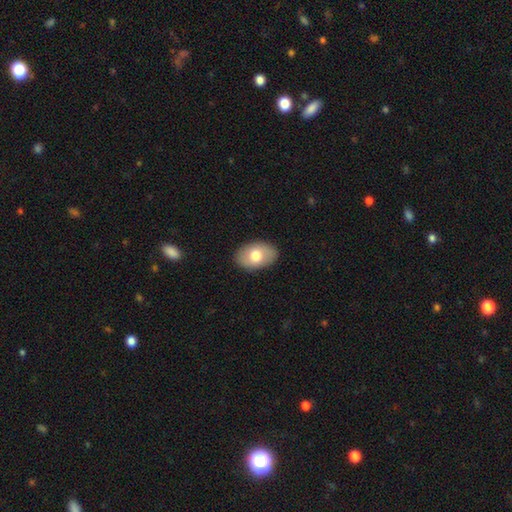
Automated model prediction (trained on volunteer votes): Smooth or featured: smooth — 72% (featured or disk — 22%)
How rounded: in between — 88% (round — 11%)
Merging: none — 87% (minor disturbance — 9%)